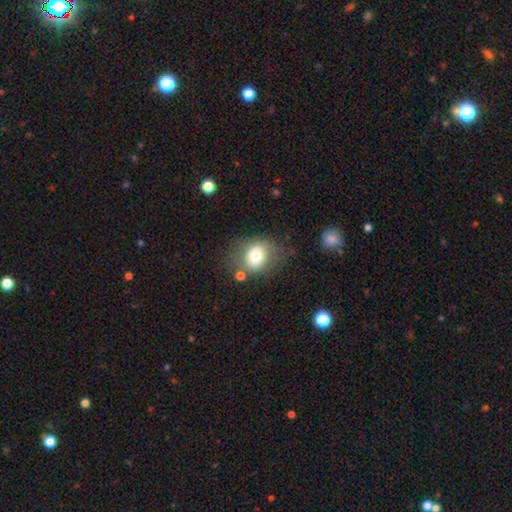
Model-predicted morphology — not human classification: Overall: smooth (71%). How rounded: round (55%; in between 44%). Merging: none (61%).